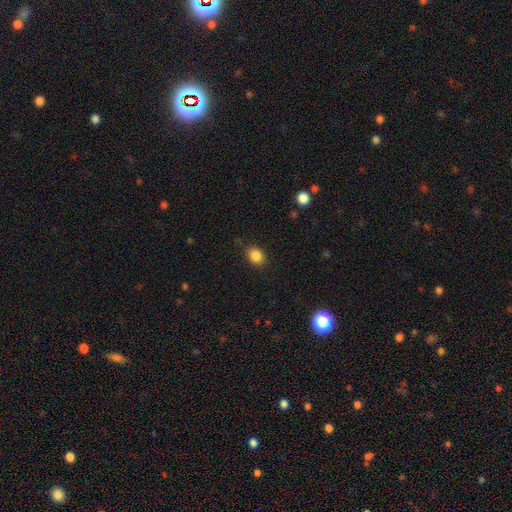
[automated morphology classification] A smooth galaxy with no disk features (86%) that is in between round and cigar-shaped (51%). Merging: none (83%).